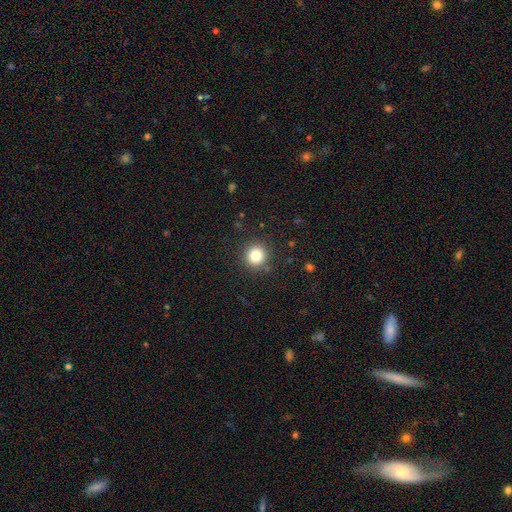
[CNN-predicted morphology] Smooth or featured? Predicted: smooth (p=0.82). How rounded? Predicted: round (p=0.92). Merging? Predicted: none (p=0.90).